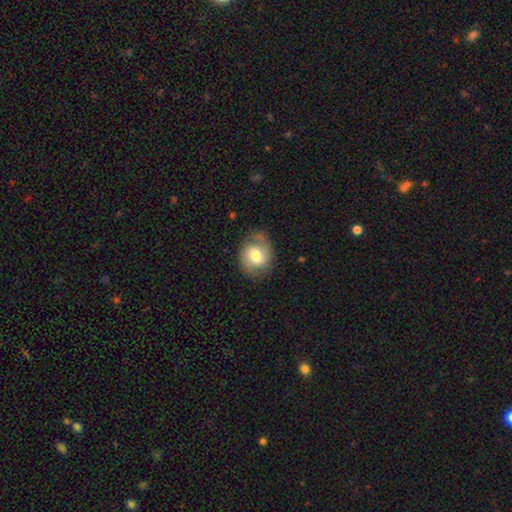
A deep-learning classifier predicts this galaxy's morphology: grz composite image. It shows a smooth galaxy with no disk features (51%) that is round (57%). Merging: none (69%).